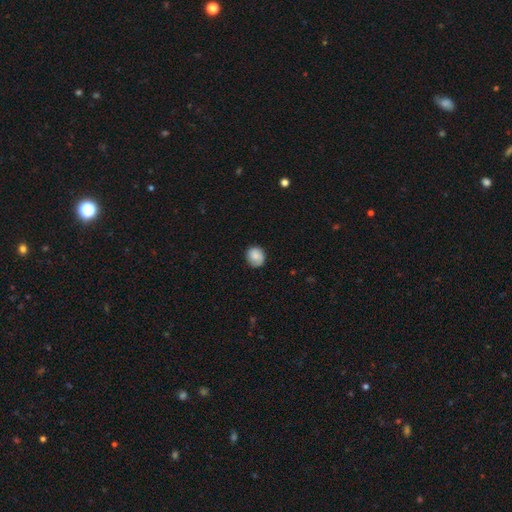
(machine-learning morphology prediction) type=smooth (77%); roundness=round (81%); merging=none (79%).